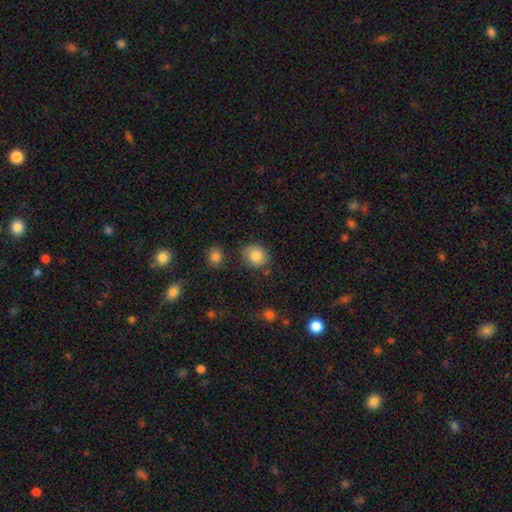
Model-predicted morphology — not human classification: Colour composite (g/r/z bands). It shows a smooth galaxy with no disk features (84%) that is round (67%). Merging: none (78%).